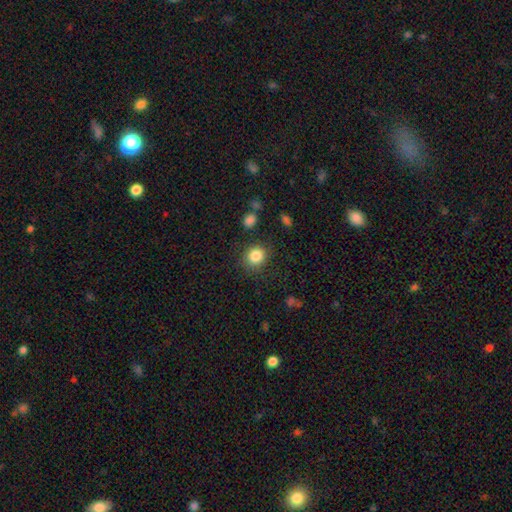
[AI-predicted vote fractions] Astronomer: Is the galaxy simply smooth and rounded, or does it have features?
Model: smooth — 85%.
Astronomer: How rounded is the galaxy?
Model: round — 79%.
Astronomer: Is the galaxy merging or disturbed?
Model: none — 84%.